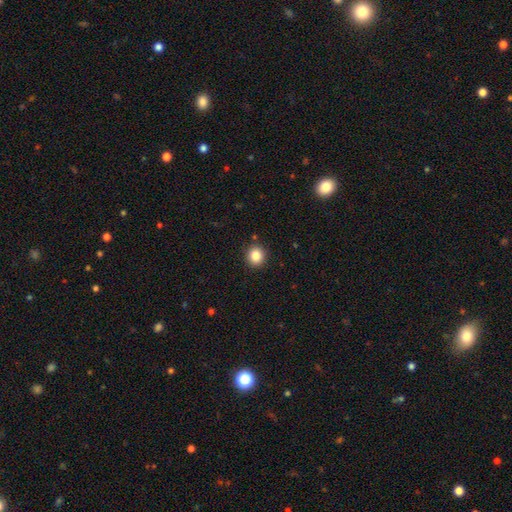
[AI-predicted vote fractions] Smooth or featured? smooth (85%)
How rounded? round (88%)
Merging? none (90%)